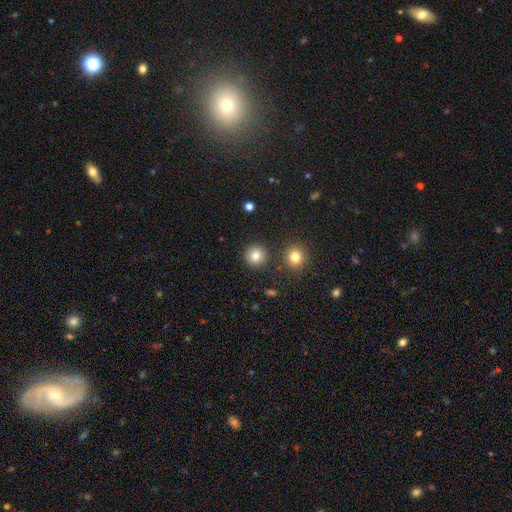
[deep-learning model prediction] Overall: smooth (83%). How rounded: round (94%). Merging: none (88%).